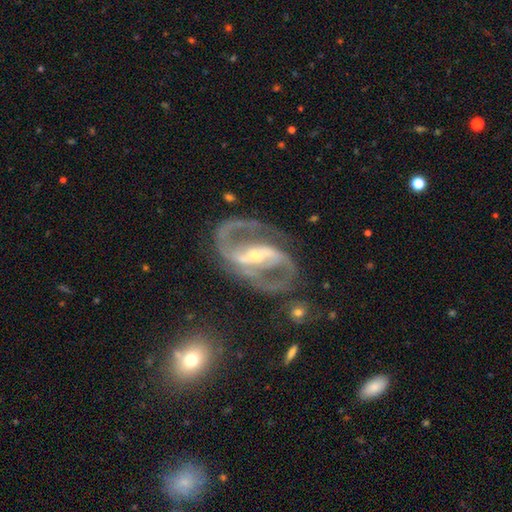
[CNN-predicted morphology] The model was most divided on "bulge size": small: 65%, moderate: 31%, large: 2%, none: 1%, dominant: 1%. More confident: edge-on disk — no (97%); spiral arms — yes (97%); spiral arm count — 2 (92%); smooth or featured — featured or disk (92%); merging — none (72%); bar — strong (64%); spiral winding — medium (61%).